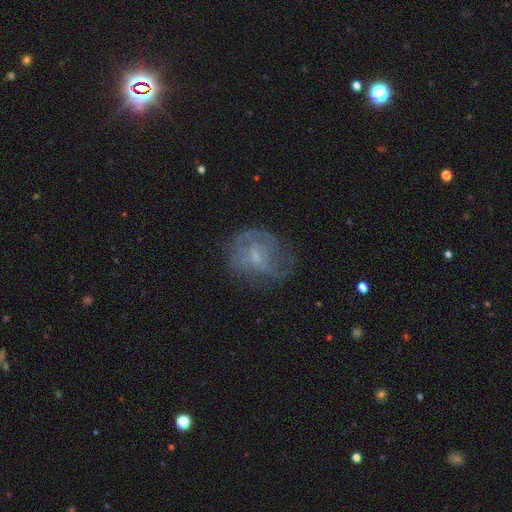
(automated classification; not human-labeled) Smooth or featured? Predicted: featured or disk (p=0.56). Edge-on disk? Predicted: no (p=0.97). Bar? Predicted: no (p=0.53). Spiral arms? Predicted: yes (p=0.64). Bulge size? Predicted: small (p=0.60). Merging? Predicted: none (p=0.61).